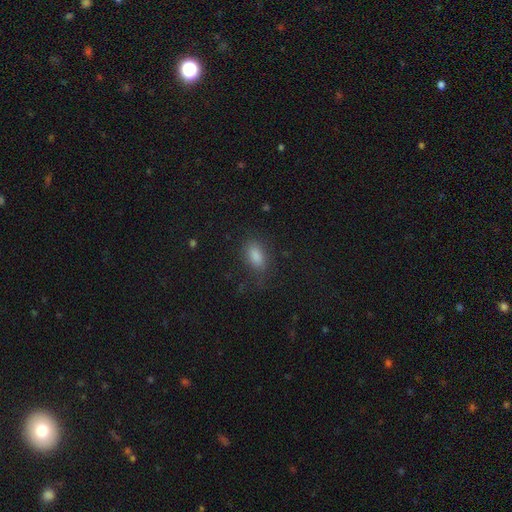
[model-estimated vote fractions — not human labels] The model was most divided on "merging": none: 77%, minor disturbance: 15%, major disturbance: 7%, merger: 1%. More confident: how rounded — in between (86%); smooth or featured — smooth (80%).